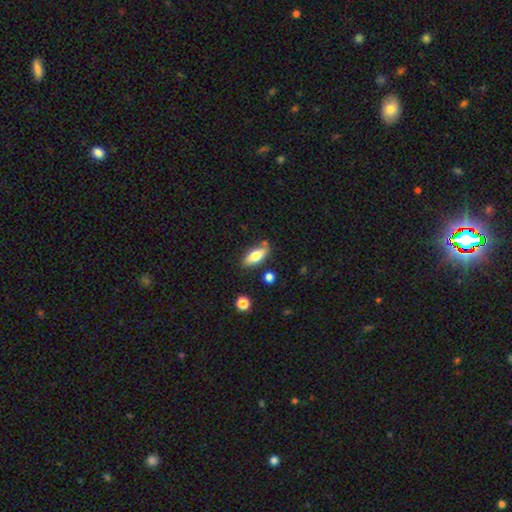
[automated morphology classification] A smooth galaxy with no disk features (68%) that is in between round and cigar-shaped (74%). Merging: none (77%).